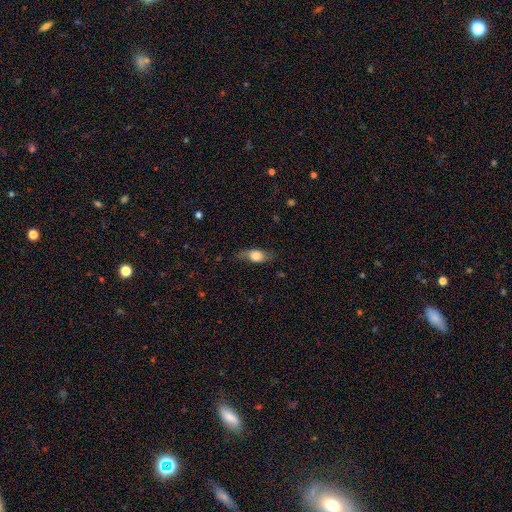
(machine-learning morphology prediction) Smooth or featured? Predicted: smooth (p=0.67). How rounded? Predicted: in between (p=0.77). Merging? Predicted: none (p=0.69).